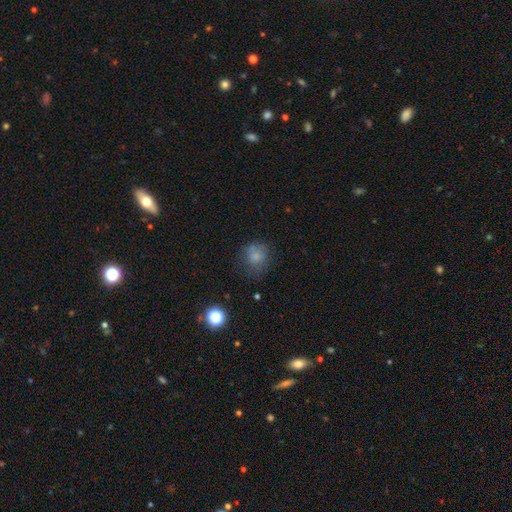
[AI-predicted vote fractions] A smooth galaxy with no disk features (73%) that is round (74%). Merging: none (55%).